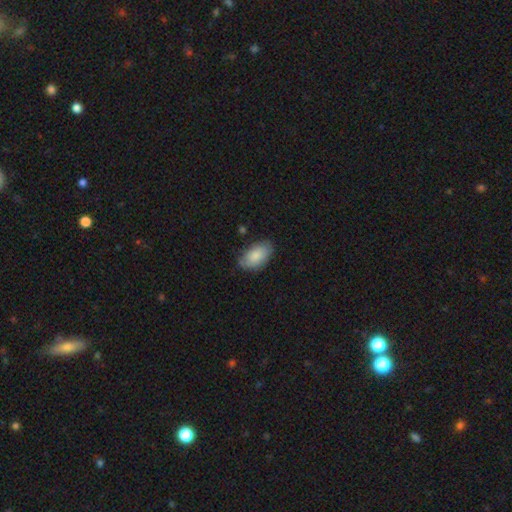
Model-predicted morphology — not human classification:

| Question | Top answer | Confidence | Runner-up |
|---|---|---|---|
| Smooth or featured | smooth | 83% | featured or disk (11%) |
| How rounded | in between | 94% | round (4%) |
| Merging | none | 75% | minor disturbance (20%) |